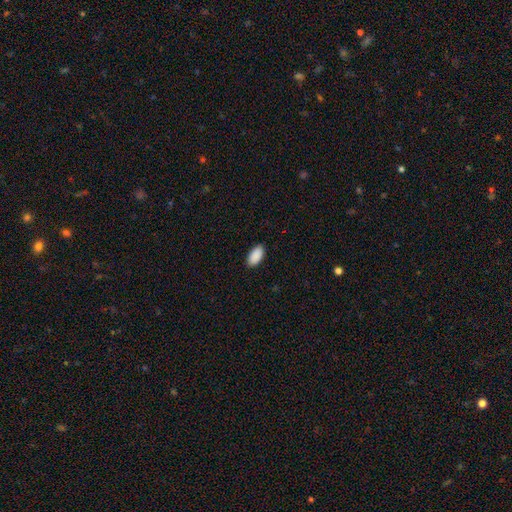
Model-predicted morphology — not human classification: Q: Smooth or featured?
A: smooth (91%); runner-up: star or artifact (6%)
Q: How rounded?
A: in between (95%); runner-up: cigar-shaped (3%)
Q: Merging?
A: none (90%); runner-up: minor disturbance (8%)